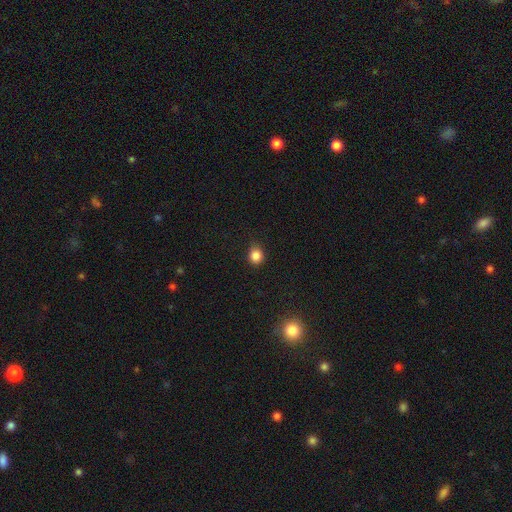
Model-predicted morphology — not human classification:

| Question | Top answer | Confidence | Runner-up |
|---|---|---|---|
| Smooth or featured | smooth | 84% | star or artifact (12%) |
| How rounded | round | 80% | in between (19%) |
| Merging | none | 83% | minor disturbance (14%) |